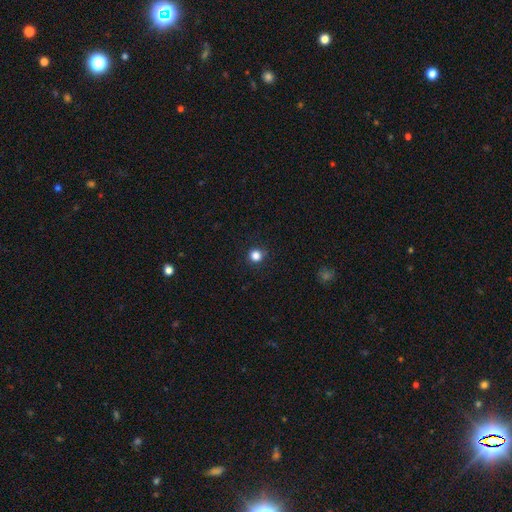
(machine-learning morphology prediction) type=smooth (83%); roundness=round (94%); merging=none (90%).